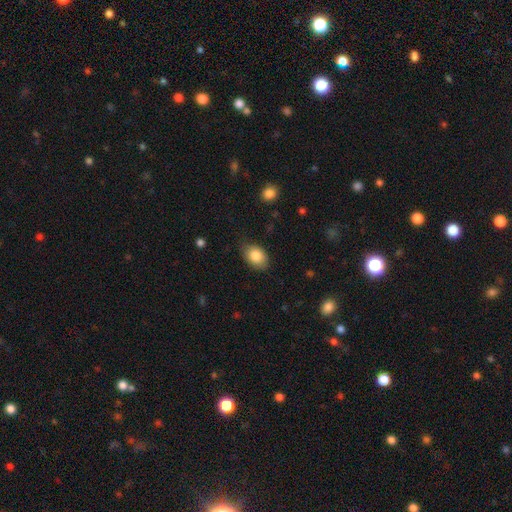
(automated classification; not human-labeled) Smooth or featured? Predicted: smooth (p=0.85). How rounded? Predicted: in between (p=0.80). Merging? Predicted: none (p=0.74).